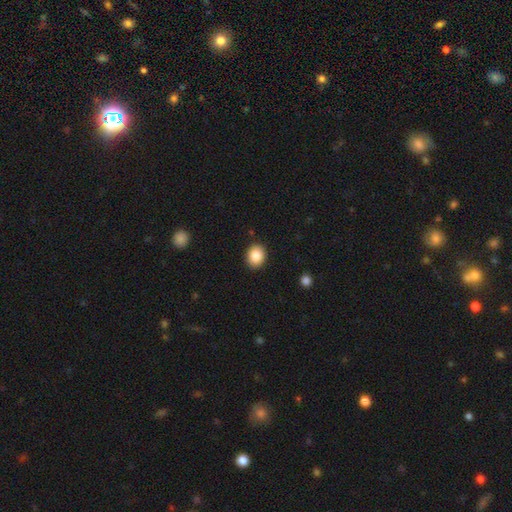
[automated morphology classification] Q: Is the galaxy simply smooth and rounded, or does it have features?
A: smooth — 87%.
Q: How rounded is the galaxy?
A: round — 56%.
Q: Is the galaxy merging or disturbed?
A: none — 89%.